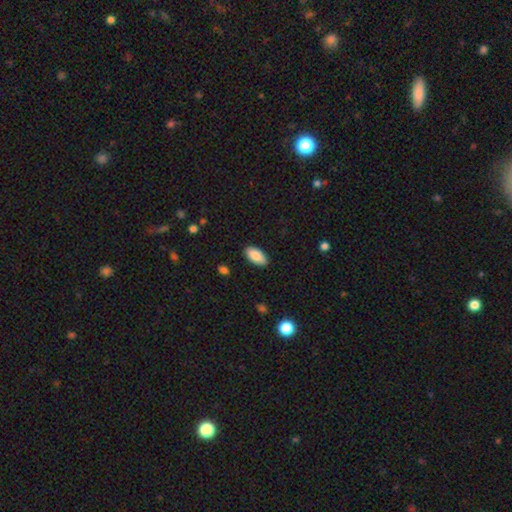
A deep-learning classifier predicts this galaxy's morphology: The model was most divided on "merging": none: 88%, minor disturbance: 9%, major disturbance: 2%, merger: 1%. More confident: how rounded — in between (94%); smooth or featured — smooth (87%).